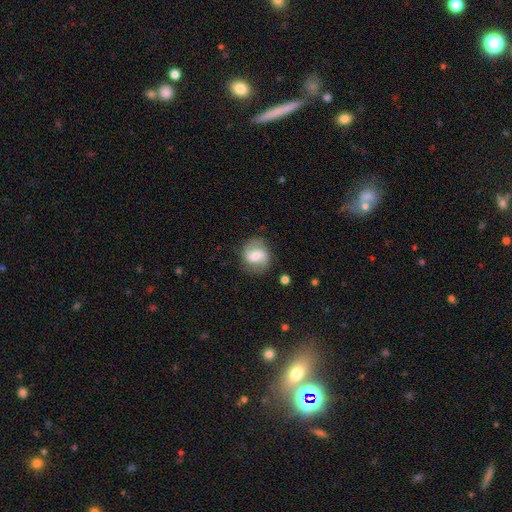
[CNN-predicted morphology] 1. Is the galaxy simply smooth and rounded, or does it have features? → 67% featured or disk, 26% smooth, 7% star or artifact.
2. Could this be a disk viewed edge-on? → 98% no, 2% yes.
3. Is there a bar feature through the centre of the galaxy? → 50% weak, 29% no, 21% strong.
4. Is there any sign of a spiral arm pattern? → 92% yes, 8% no.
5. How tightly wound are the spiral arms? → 44% medium, 39% loose, 16% tight.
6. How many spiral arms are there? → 88% 2, 5% can't tell, 4% 1, 1% 3, 1% 4, 1% more than 4.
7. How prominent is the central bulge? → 45% moderate, 30% small, 14% large, 9% none, 2% dominant.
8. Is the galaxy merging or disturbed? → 79% none, 14% minor disturbance, 6% major disturbance, 2% merger.